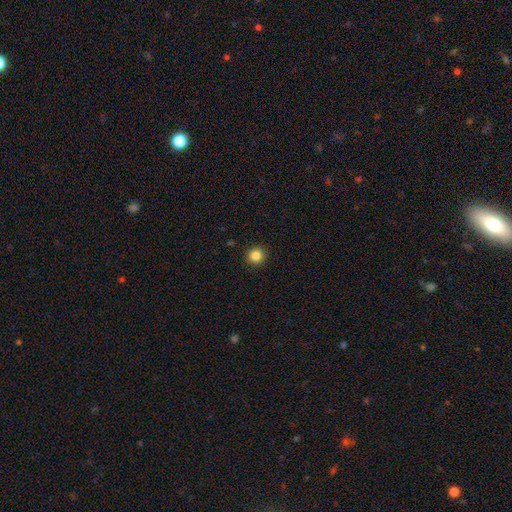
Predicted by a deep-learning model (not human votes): smooth_or_featured: smooth (p=0.84) [alt: star or artifact p=0.11]
how_rounded: round (p=0.94) [alt: in between p=0.05]
merging: none (p=0.93) [alt: minor disturbance p=0.05]